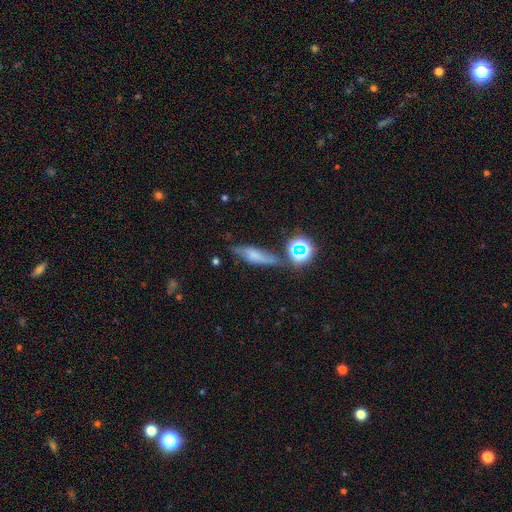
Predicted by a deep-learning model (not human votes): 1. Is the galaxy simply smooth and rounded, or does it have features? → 53% smooth, 31% featured or disk, 16% star or artifact.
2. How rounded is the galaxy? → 55% cigar-shaped, 36% in between, 9% round.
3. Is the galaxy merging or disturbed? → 60% none, 23% minor disturbance, 8% major disturbance, 8% merger.